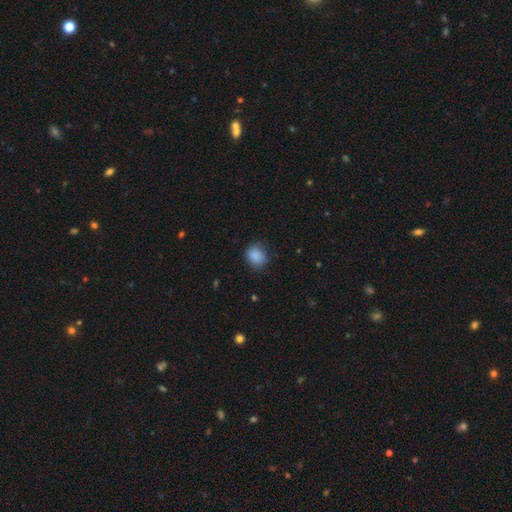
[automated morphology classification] The model was most divided on "how rounded": round: 70%, in between: 29%, cigar-shaped: 1%. More confident: smooth or featured — smooth (88%); merging — none (77%).